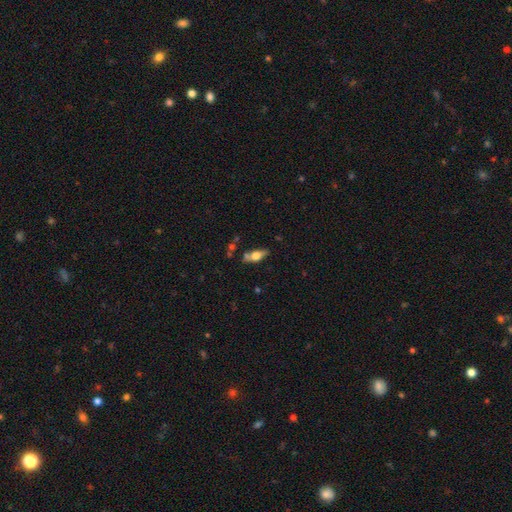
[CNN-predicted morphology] Smooth or featured: smooth — 55% (featured or disk — 37%)
How rounded: in between — 72% (cigar-shaped — 24%)
Merging: none — 68% (minor disturbance — 18%)